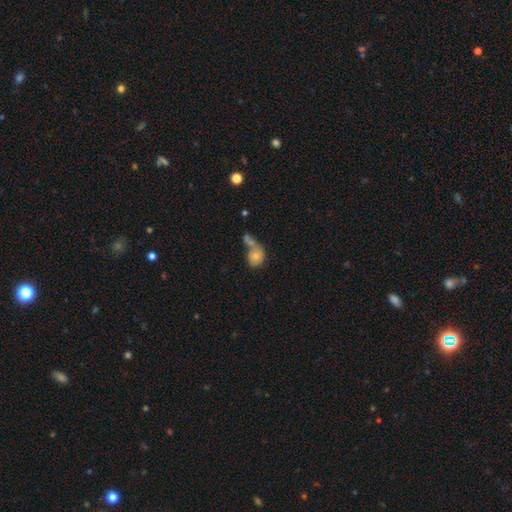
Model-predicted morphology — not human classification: Smooth or featured: smooth — 70% (featured or disk — 21%)
How rounded: round — 57% (in between — 41%)
Merging: merger — 55% (none — 22%)